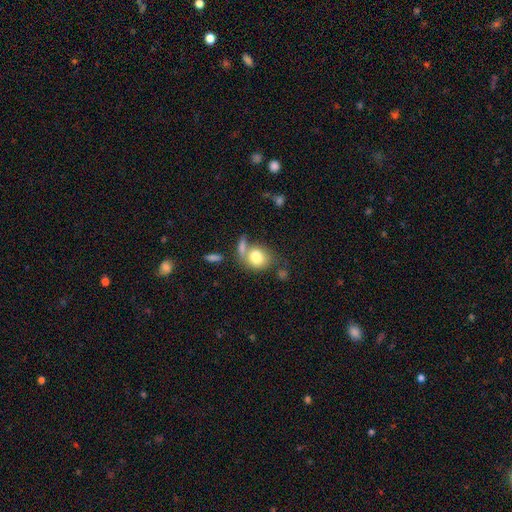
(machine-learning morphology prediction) smooth_or_featured: smooth (p=0.78) [alt: featured or disk p=0.14]
how_rounded: in between (p=0.49) [tied with: round p=0.49]
merging: none (p=0.44) [alt: merger p=0.30]